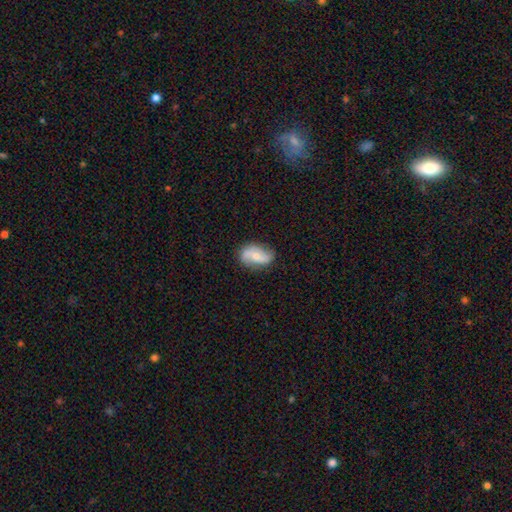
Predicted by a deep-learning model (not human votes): smooth-or-featured: featured or disk: 56% | smooth: 37% | star or artifact: 7%
  disk-edge-on: no: 94% | yes: 6%
    bar: no: 57% | weak: 29% | strong: 14%
    has-spiral-arms: yes: 84% | no: 16%
    bulge-size: small: 48% | moderate: 47% | none: 2% | large: 2% | dominant: 1%
  merging: none: 74% | minor disturbance: 20% | major disturbance: 5% | merger: 2%